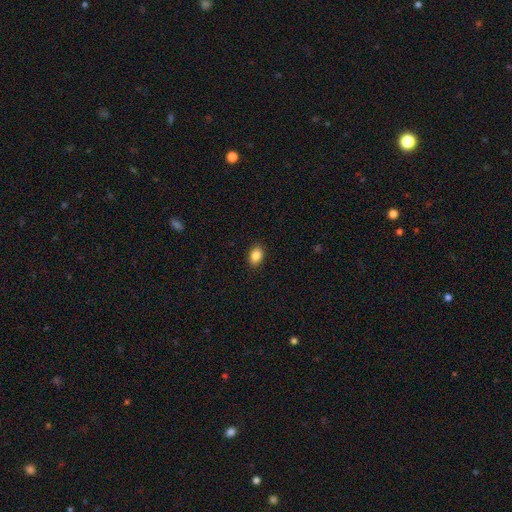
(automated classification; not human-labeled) This is clearly a smooth galaxy (86%). How rounded: clearly in between (81%). Merging: clearly none (90%).